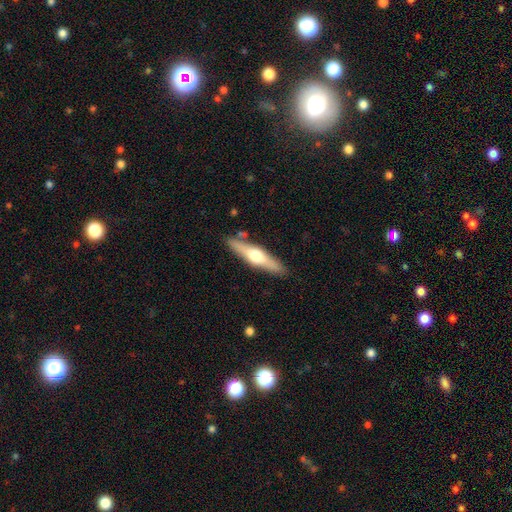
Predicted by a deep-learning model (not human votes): Smooth or featured?
  - featured or disk: 56% *
  - smooth: 39%
  - star or artifact: 5%
Edge-on disk?
  - yes: 93% *
  - no: 7%
Edge-on bulge?
  - rounded: 93% *
  - none: 3%
  - boxy: 3%
Merging?
  - none: 85% *
  - minor disturbance: 10%
  - merger: 3%
  - major disturbance: 2%